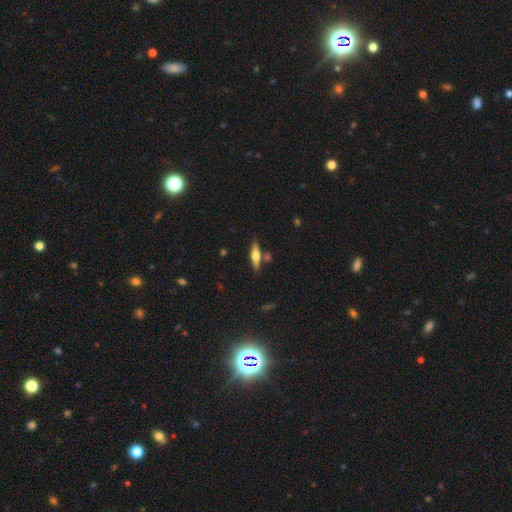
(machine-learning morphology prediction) type=featured or disk (56%); edge-on=yes (95%); edge-on bulge=rounded (91%); merging=none (77%).